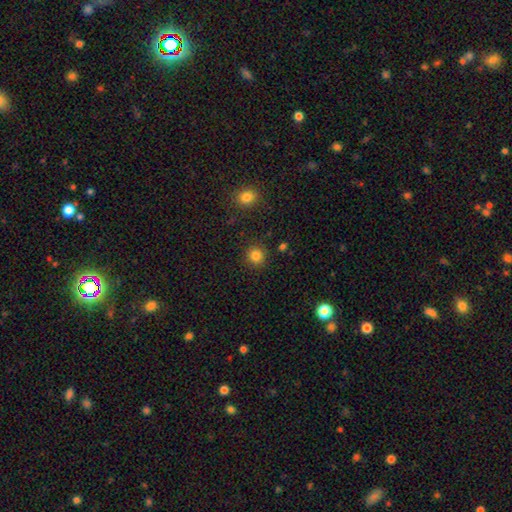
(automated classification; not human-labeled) Smooth or featured: smooth — 84% (star or artifact — 12%)
How rounded: round — 90% (in between — 9%)
Merging: none — 89% (minor disturbance — 7%)